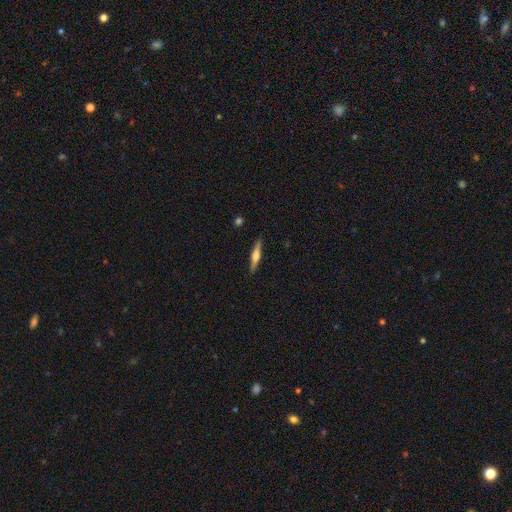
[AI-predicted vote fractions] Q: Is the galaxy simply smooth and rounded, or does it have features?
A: featured or disk — 50%.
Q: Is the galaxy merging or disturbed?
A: none — 89%.